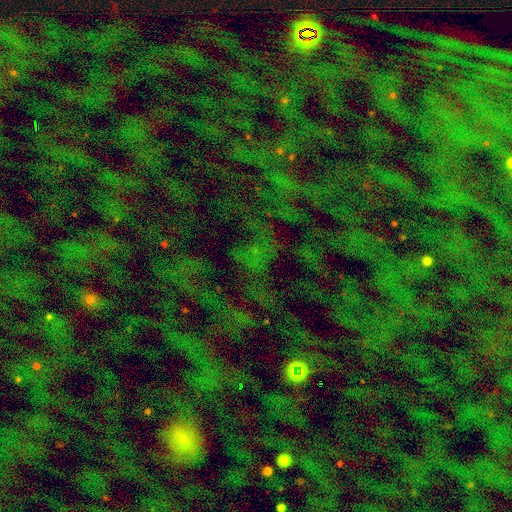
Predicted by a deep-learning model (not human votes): Smooth or featured? Predicted: star or artifact (p=0.73).